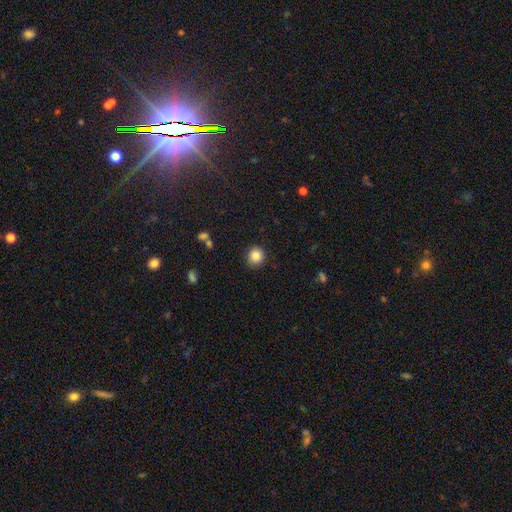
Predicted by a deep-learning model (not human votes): The model was most divided on "how rounded": round: 87%, in between: 12%, cigar-shaped: 1%. More confident: merging — none (88%); smooth or featured — smooth (86%).